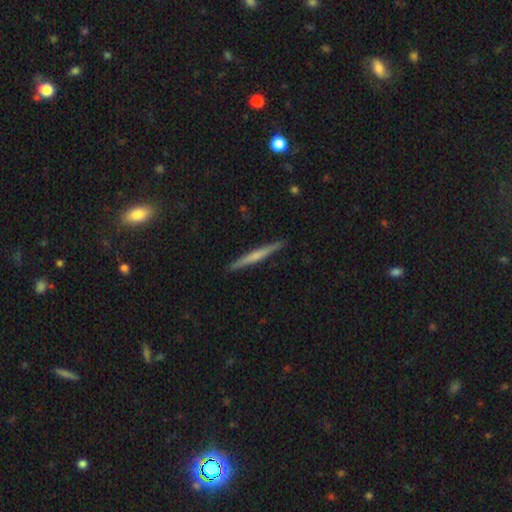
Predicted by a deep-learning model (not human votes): Q: Smooth or featured?
A: featured or disk (52%); runner-up: smooth (43%)
Q: Edge-on disk?
A: yes (98%); runner-up: no (2%)
Q: Edge-on bulge?
A: none (54%); runner-up: rounded (36%)
Q: Merging?
A: none (91%); runner-up: minor disturbance (6%)